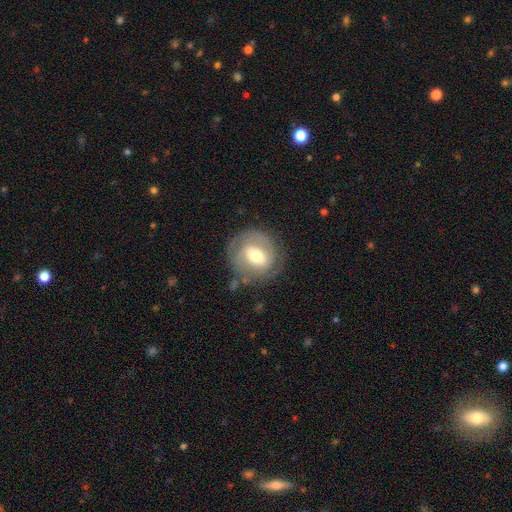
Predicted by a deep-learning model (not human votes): featured or disk 60%, smooth 33%, star or artifact 7%. Down the decision tree: edge-on disk — no (96%); bar — weak (45%); spiral arms — yes (70%); bulge size — moderate (66%); merging — none (74%).